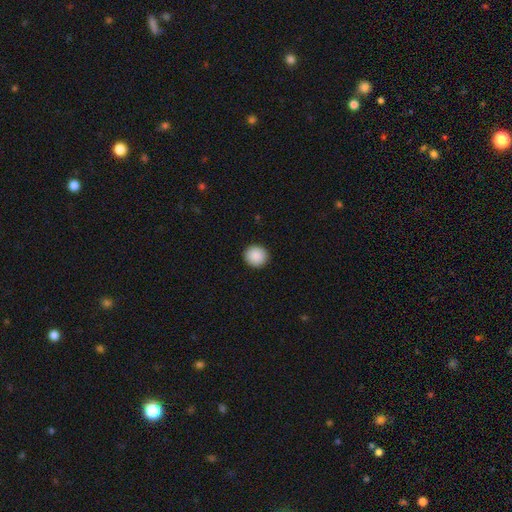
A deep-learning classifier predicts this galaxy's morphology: smooth_or_featured: smooth (p=0.90) [alt: star or artifact p=0.07]
how_rounded: round (p=0.91) [alt: in between p=0.08]
merging: none (p=0.93) [alt: minor disturbance p=0.05]